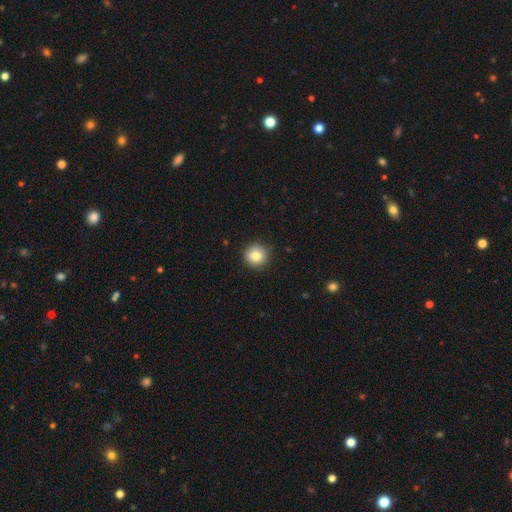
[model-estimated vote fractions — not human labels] Q: Smooth or featured?
A: smooth (82%); runner-up: star or artifact (10%)
Q: How rounded?
A: round (95%); runner-up: in between (4%)
Q: Merging?
A: none (89%); runner-up: minor disturbance (8%)